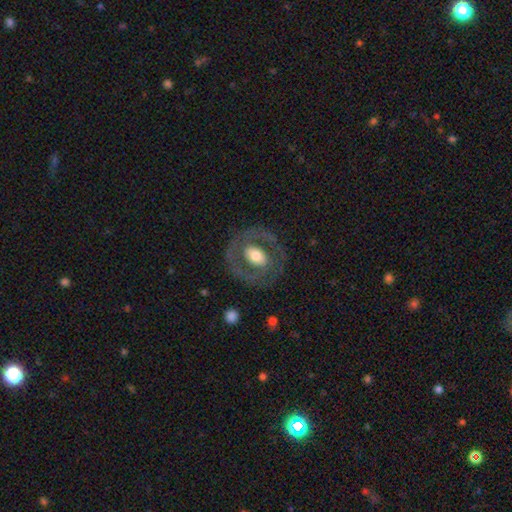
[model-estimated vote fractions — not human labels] A featured or disk galaxy (63%) with no bar (54%), no spiral arms (61%) and a moderate central bulge (55%). Merging: none (77%).